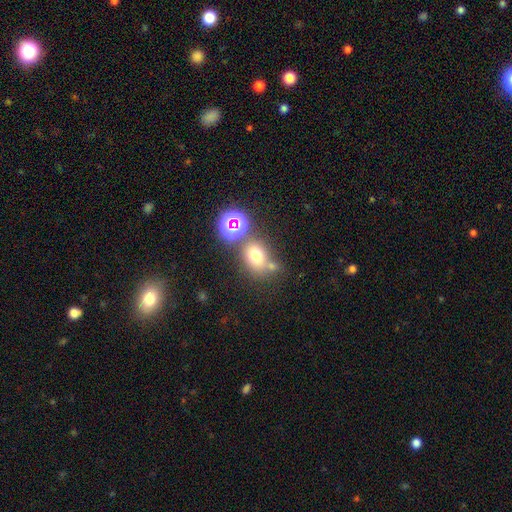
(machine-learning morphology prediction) Smooth or featured? Predicted: smooth (p=0.68). How rounded? Predicted: round (p=0.53). Merging? Predicted: none (p=0.58).